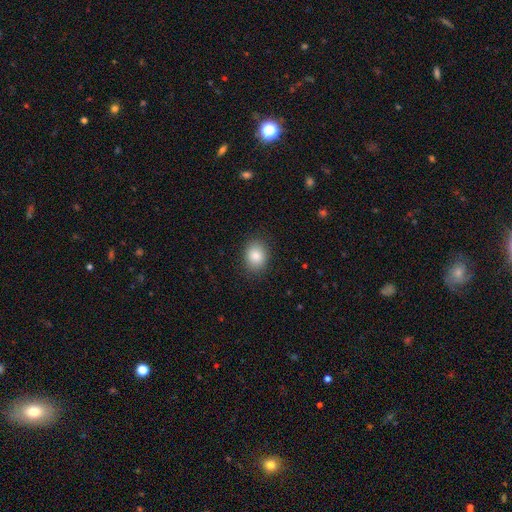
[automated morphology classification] Q: Smooth or featured?
A: smooth (86%); runner-up: star or artifact (9%)
Q: How rounded?
A: in between (53%); runner-up: round (46%)
Q: Merging?
A: none (87%); runner-up: minor disturbance (9%)